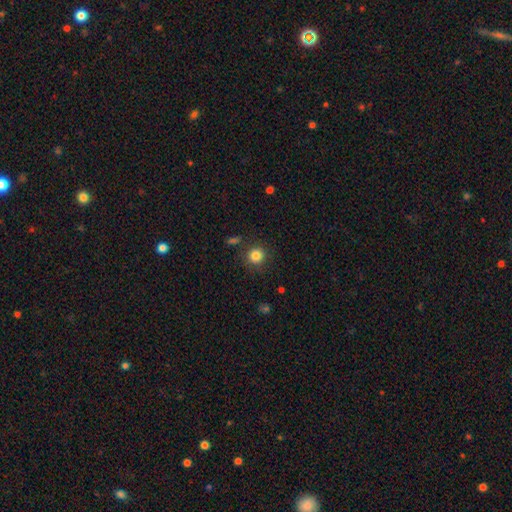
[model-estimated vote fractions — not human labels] A smooth galaxy with no disk features (83%) that is round (92%).

Vote fractions:
- Smooth or featured? smooth: 83% / star or artifact: 11% / featured or disk: 5%
- How rounded? round: 92% / in between: 7% / cigar-shaped: 1%
- Merging? none: 85% / minor disturbance: 9% / major disturbance: 3% / merger: 3%